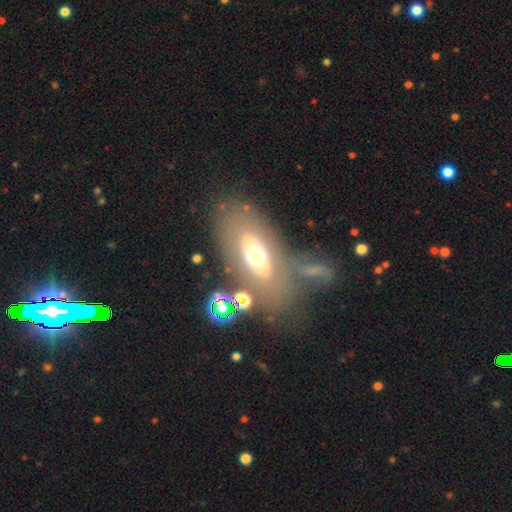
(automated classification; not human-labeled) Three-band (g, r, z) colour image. It shows a smooth galaxy with no disk features (51%) that is in between round and cigar-shaped (84%). Merging: none (61%).